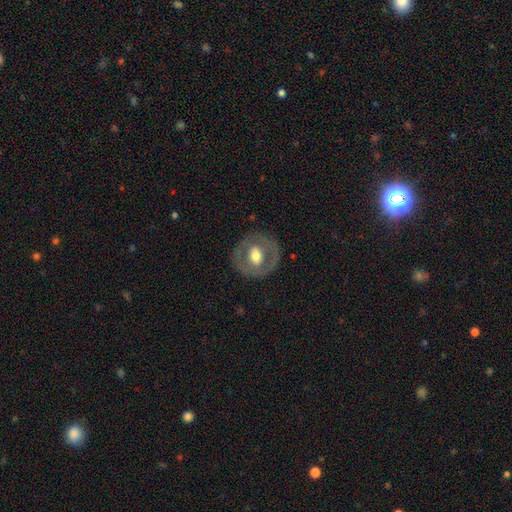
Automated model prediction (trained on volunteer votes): Smooth or featured? featured or disk (51%)
Edge-on disk? no (94%)
Merging? none (81%)